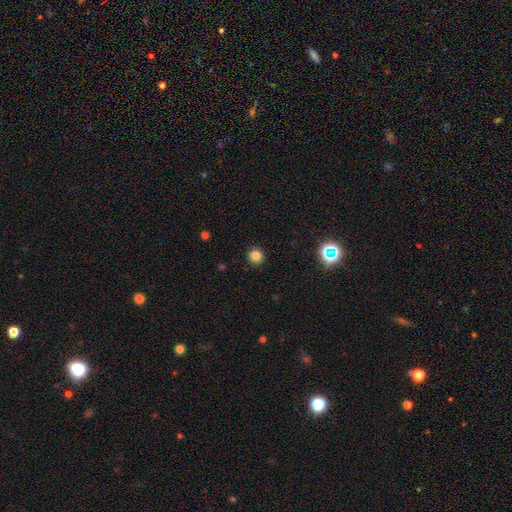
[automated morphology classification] This appears to be a smooth galaxy with no disk features (81%) that is round (92%). Merging: none (92%).